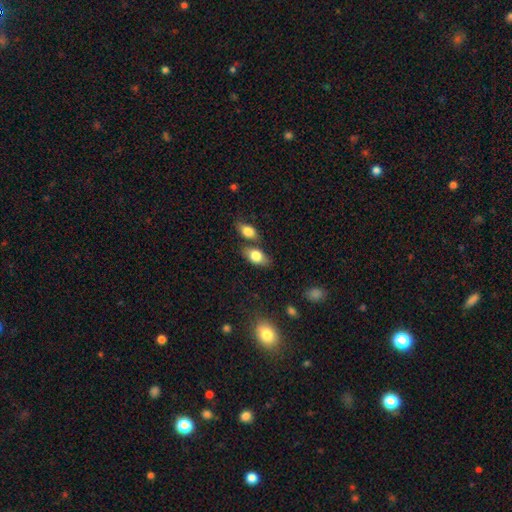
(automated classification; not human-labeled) Overall: smooth (79%). How rounded: in between (88%). Merging: none (64%).